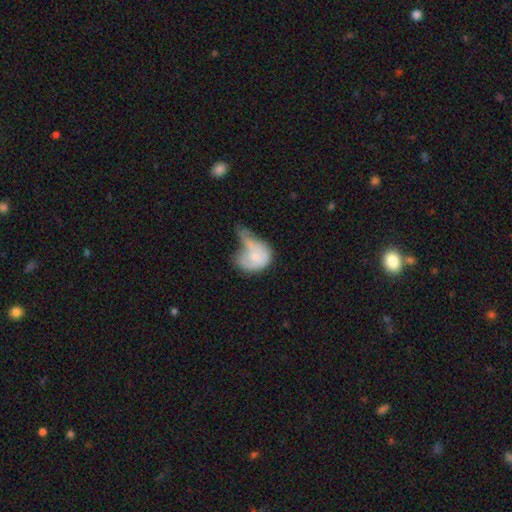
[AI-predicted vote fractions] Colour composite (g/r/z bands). It shows a smooth galaxy with no disk features (59%) that is in between round and cigar-shaped (53%). Merging: major disturbance (44%).